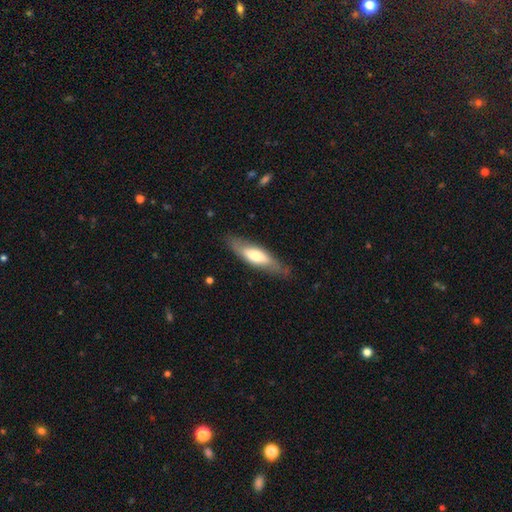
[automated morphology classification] Smooth or featured: smooth — 53% (featured or disk — 42%)
How rounded: cigar-shaped — 54% (in between — 44%)
Merging: none — 78% (minor disturbance — 16%)